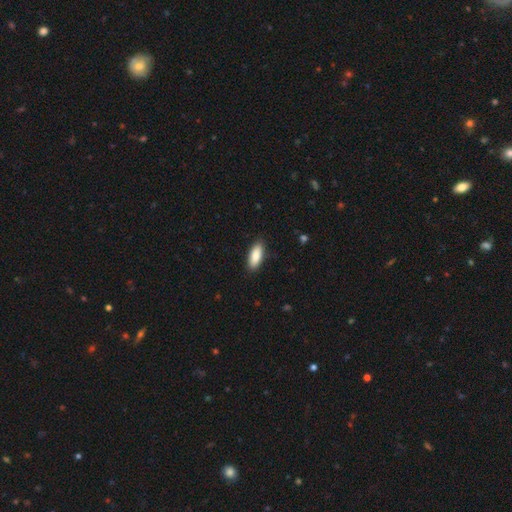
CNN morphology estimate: Smooth or featured?
  - smooth: 88% *
  - featured or disk: 7%
  - star or artifact: 6%
How rounded?
  - in between: 78% *
  - cigar-shaped: 20%
  - round: 2%
Merging?
  - none: 88% *
  - minor disturbance: 9%
  - major disturbance: 2%
  - merger: 1%